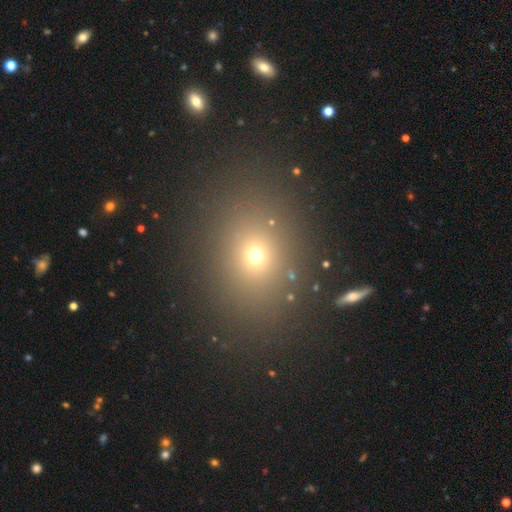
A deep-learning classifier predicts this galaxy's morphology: smooth 65%, star or artifact 23%, featured or disk 11%. Down the decision tree: how rounded — round (53%); merging — none (82%).